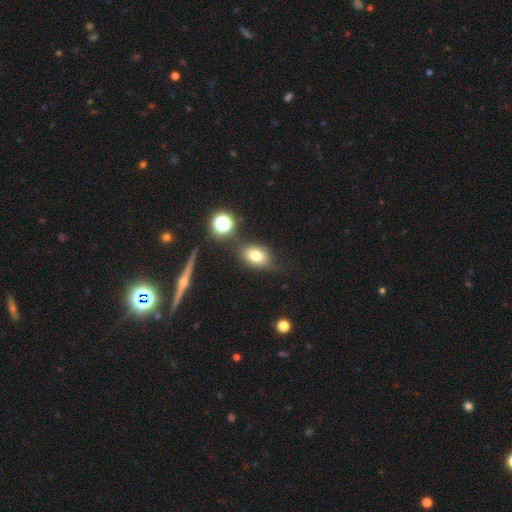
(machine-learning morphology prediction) A smooth galaxy with no disk features (74%) that is in between round and cigar-shaped (68%).

Vote fractions:
- Smooth or featured? smooth: 74% / featured or disk: 13% / star or artifact: 13%
- How rounded? in between: 68% / round: 31% / cigar-shaped: 2%
- Merging? none: 70% / minor disturbance: 18% / major disturbance: 6% / merger: 6%